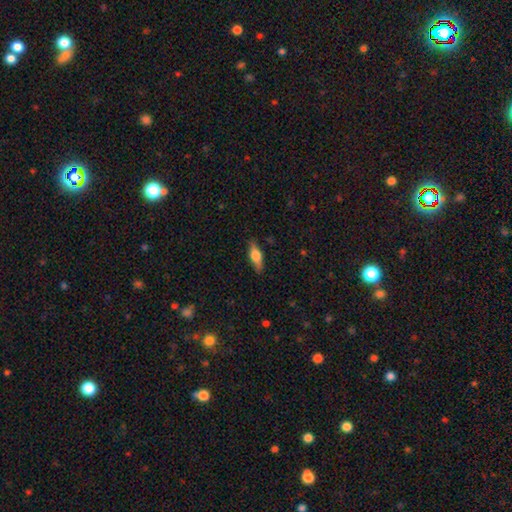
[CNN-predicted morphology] smooth 54%, featured or disk 39%, star or artifact 7%. Down the decision tree: how rounded — in between (58%); merging — none (84%).